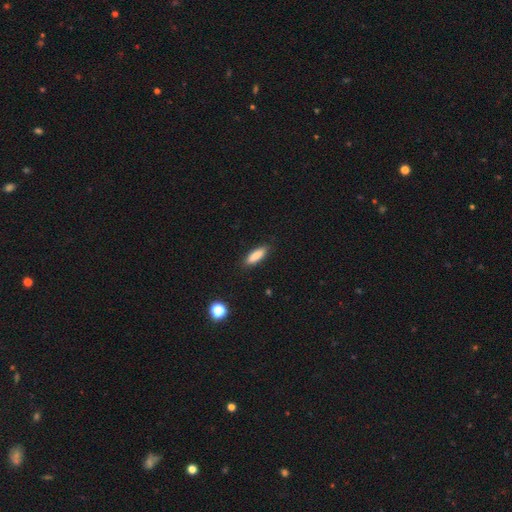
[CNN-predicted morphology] type=smooth (86%); roundness=in between (51%); merging=none (87%).